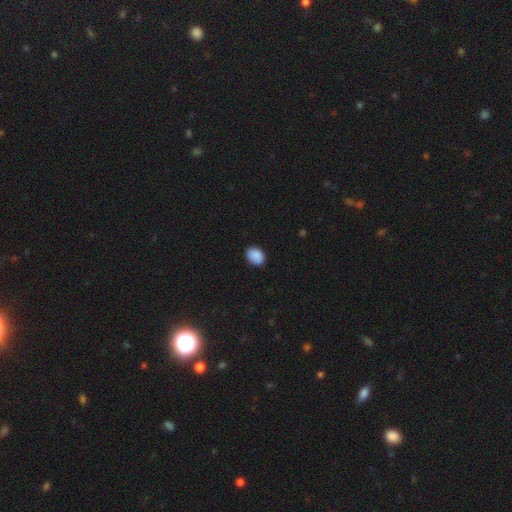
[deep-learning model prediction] A smooth galaxy with no disk features (90%) that is in between round and cigar-shaped (62%). Merging: none (87%).